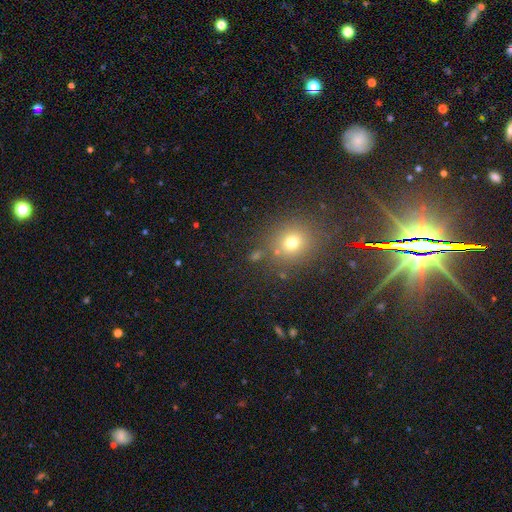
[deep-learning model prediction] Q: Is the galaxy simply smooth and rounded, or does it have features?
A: smooth — 57%.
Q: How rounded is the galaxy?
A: round — 79%.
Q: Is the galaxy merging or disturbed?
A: none — 79%.